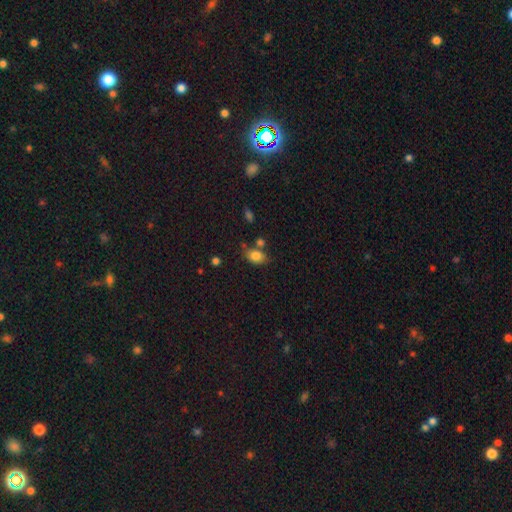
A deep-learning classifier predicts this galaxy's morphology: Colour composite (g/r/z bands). It shows a smooth galaxy with no disk features (82%) that is in between round and cigar-shaped (77%). Merging: none (62%).